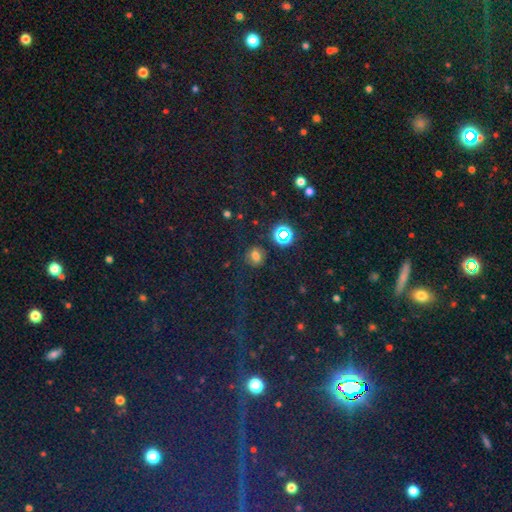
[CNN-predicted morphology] Smooth or featured? Predicted: smooth (p=0.58). How rounded? Predicted: round (p=0.69). Merging? Predicted: none (p=0.78).